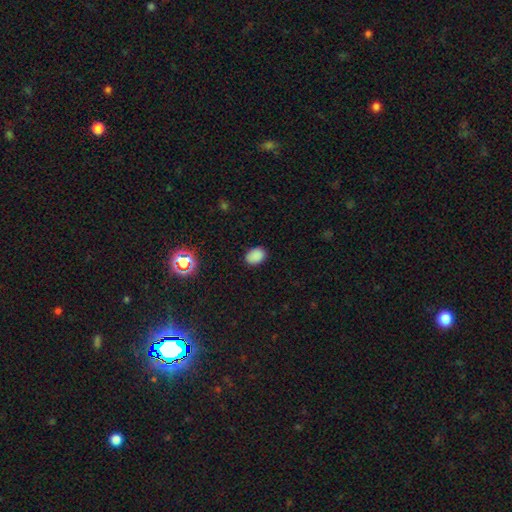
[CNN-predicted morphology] The model was most divided on "how rounded": in between: 75%, round: 24%, cigar-shaped: 1%. More confident: merging — none (86%); smooth or featured — smooth (85%).